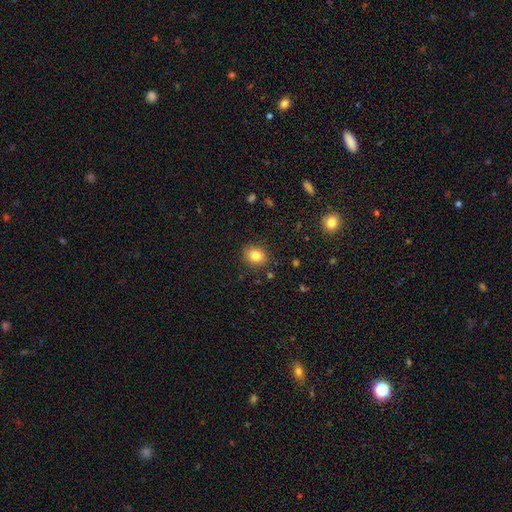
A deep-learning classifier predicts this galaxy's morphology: type=smooth (82%); roundness=round (64%); merging=none (87%).